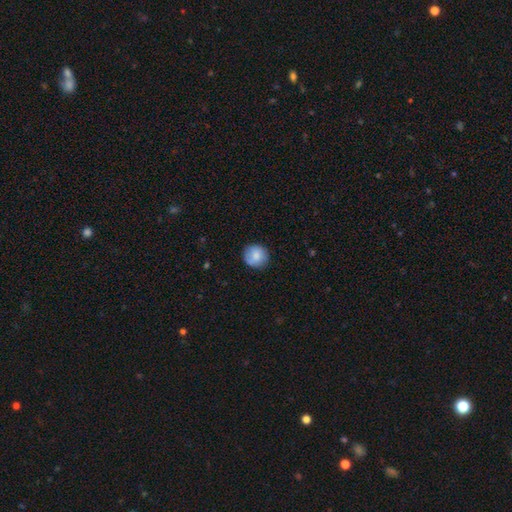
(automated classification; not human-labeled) The model was most divided on "smooth or featured": smooth: 80%, featured or disk: 13%, star or artifact: 8%. More confident: how rounded — round (90%); merging — none (82%).